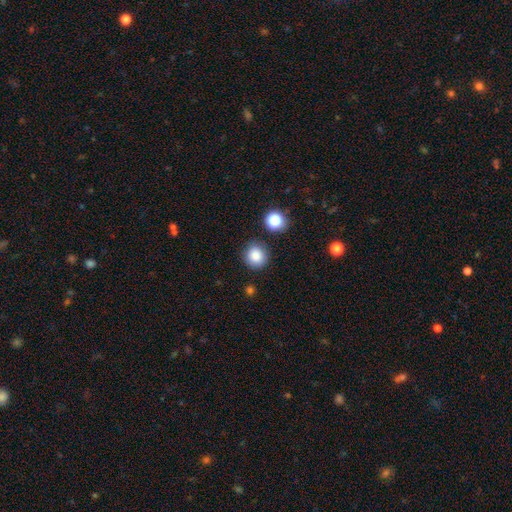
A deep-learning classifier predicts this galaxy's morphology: The model was most divided on "smooth or featured": smooth: 84%, star or artifact: 11%, featured or disk: 5%. More confident: how rounded — round (88%); merging — none (84%).